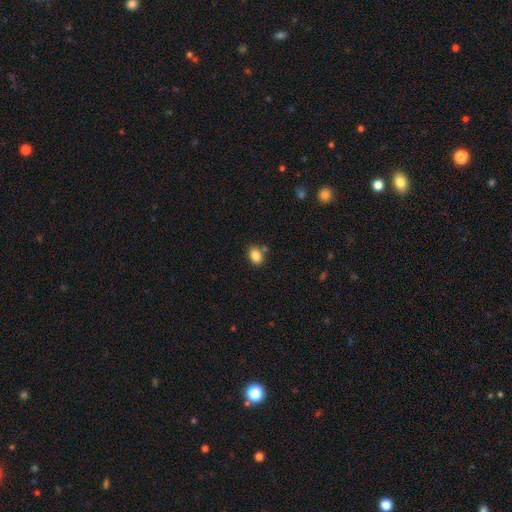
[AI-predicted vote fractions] smooth_or_featured: smooth (p=0.86) [alt: star or artifact p=0.09]
how_rounded: in between (p=0.75) [alt: round p=0.24]
merging: none (p=0.76) [alt: minor disturbance p=0.13]